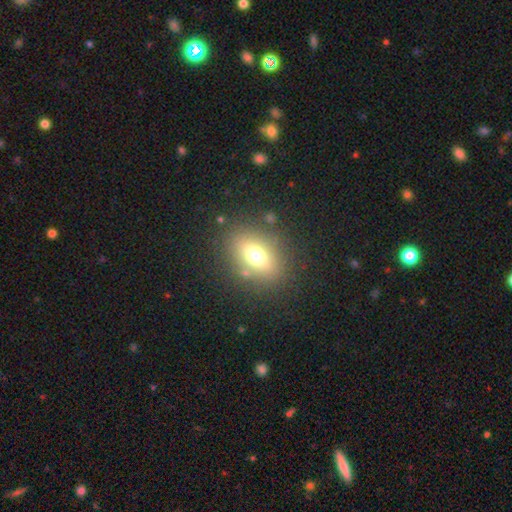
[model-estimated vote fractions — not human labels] The model was most divided on "how rounded": in between: 64%, round: 34%, cigar-shaped: 2%. More confident: merging — none (81%); smooth or featured — smooth (69%).